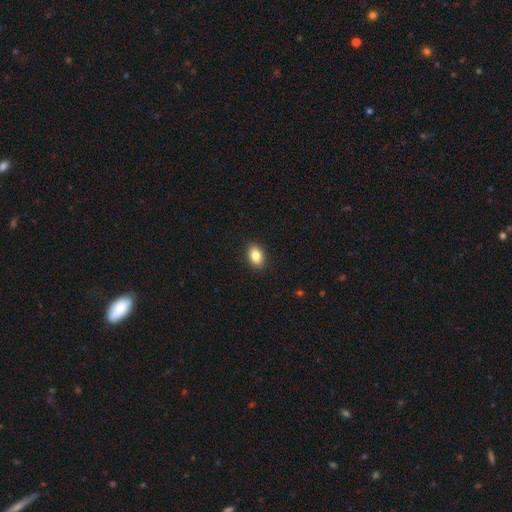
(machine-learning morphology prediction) Smooth or featured? smooth (85%)
How rounded? in between (86%)
Merging? none (90%)